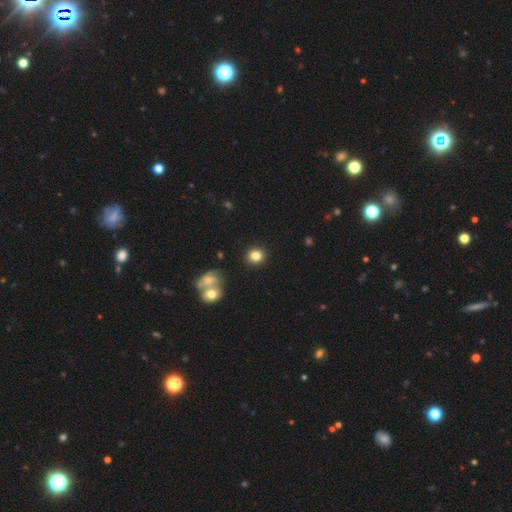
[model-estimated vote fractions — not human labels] smooth_or_featured: smooth (p=0.83) [alt: star or artifact p=0.11]
how_rounded: round (p=0.84) [alt: in between p=0.15]
merging: none (p=0.89) [alt: minor disturbance p=0.06]